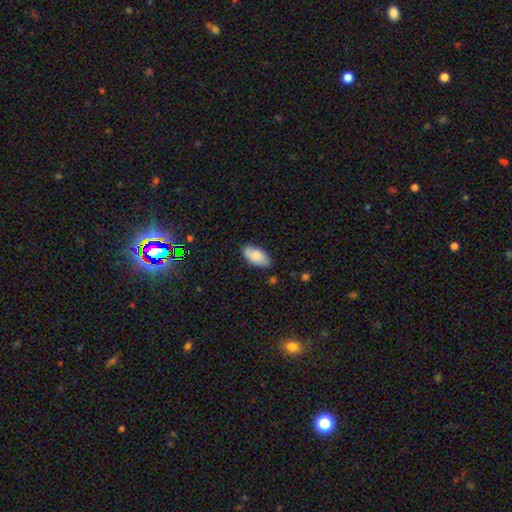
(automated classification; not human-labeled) A smooth galaxy with no disk features (82%) that is in between round and cigar-shaped (94%).

Vote fractions:
- Smooth or featured? smooth: 82% / featured or disk: 12% / star or artifact: 7%
- How rounded? in between: 94% / cigar-shaped: 3% / round: 3%
- Merging? none: 75% / minor disturbance: 20% / major disturbance: 3% / merger: 2%